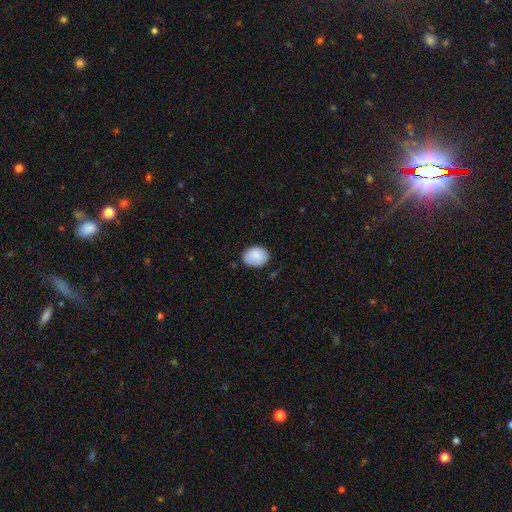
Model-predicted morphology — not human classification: A smooth galaxy with no disk features (88%) that is in between round and cigar-shaped (58%).

Vote fractions:
- Smooth or featured? smooth: 88% / star or artifact: 7% / featured or disk: 5%
- How rounded? in between: 58% / round: 41% / cigar-shaped: 1%
- Merging? none: 78% / minor disturbance: 18% / major disturbance: 3% / merger: 1%